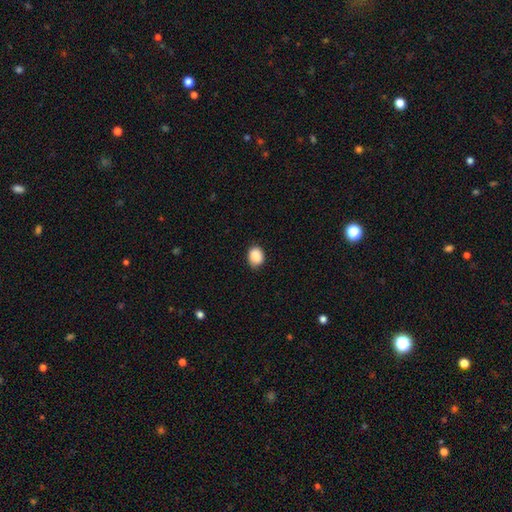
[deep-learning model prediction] Smooth or featured? Predicted: smooth (p=0.90). How rounded? Predicted: in between (p=0.60). Merging? Predicted: none (p=0.80).